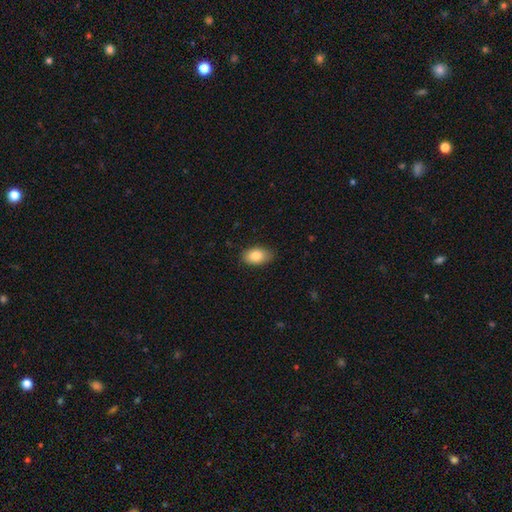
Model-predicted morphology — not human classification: Smooth or featured: smooth — 84% (featured or disk — 8%)
How rounded: in between — 91% (round — 7%)
Merging: none — 82% (minor disturbance — 15%)